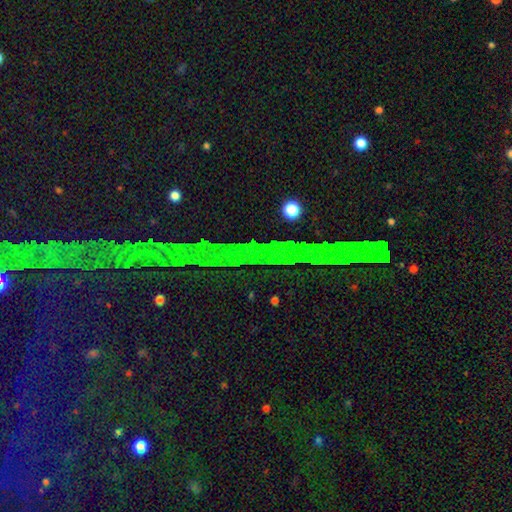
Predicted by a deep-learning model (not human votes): This is clearly a star or artifact rather than a galaxy (83%).